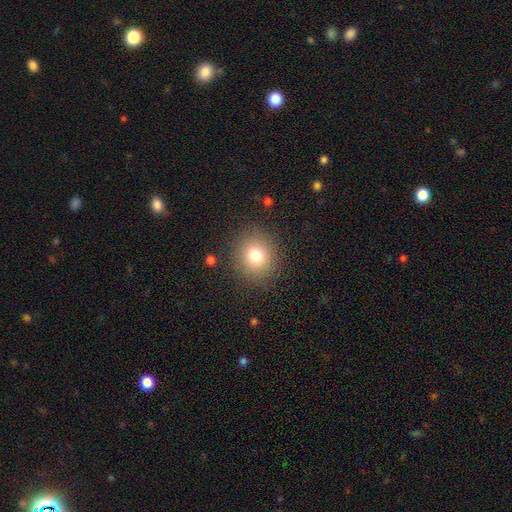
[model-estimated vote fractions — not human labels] Smooth or featured? smooth (77%)
How rounded? round (85%)
Merging? none (87%)